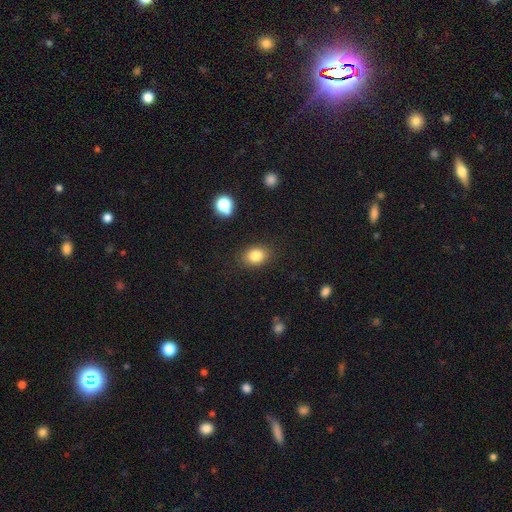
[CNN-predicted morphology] The model was most divided on "how rounded": in between: 61%, round: 38%, cigar-shaped: 1%. More confident: merging — none (86%); smooth or featured — smooth (83%).